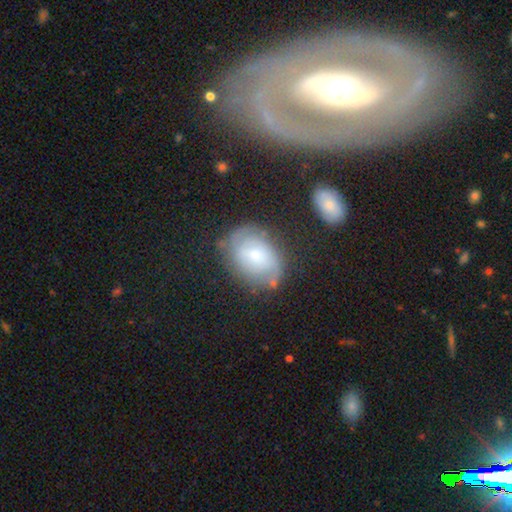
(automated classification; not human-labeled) Q: Smooth or featured?
A: featured or disk (48%); runner-up: smooth (43%)
Q: Merging?
A: none (62%); runner-up: minor disturbance (22%)